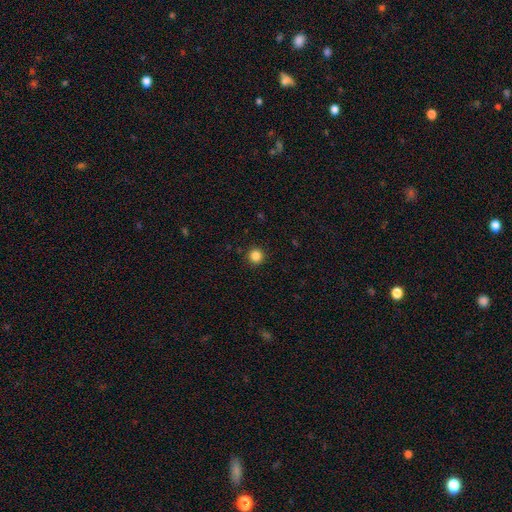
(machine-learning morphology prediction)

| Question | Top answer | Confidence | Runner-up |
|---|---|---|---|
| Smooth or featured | smooth | 85% | star or artifact (11%) |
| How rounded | round | 95% | in between (4%) |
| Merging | none | 92% | minor disturbance (5%) |